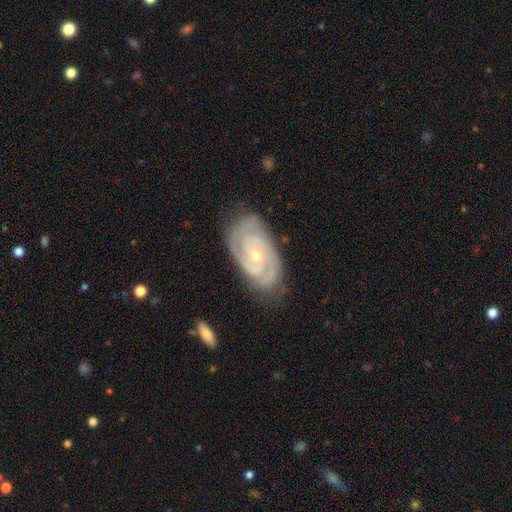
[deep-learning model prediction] Morphology: type=featured or disk (90%); edge-on=no (96%); bar=no (69%); spiral arms=yes (98%); winding=tight (74%); arm count=2 (57%); bulge=small (64%); merging=none (77%).